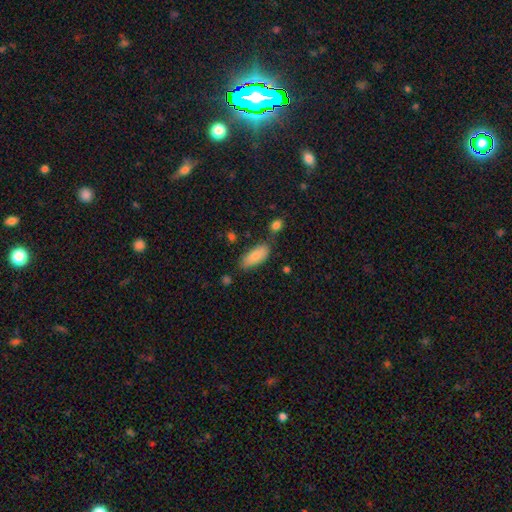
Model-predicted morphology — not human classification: Smooth or featured?
  - smooth: 84% *
  - featured or disk: 10%
  - star or artifact: 6%
How rounded?
  - in between: 83% *
  - cigar-shaped: 15%
  - round: 2%
Merging?
  - none: 70% *
  - minor disturbance: 19%
  - merger: 7%
  - major disturbance: 4%